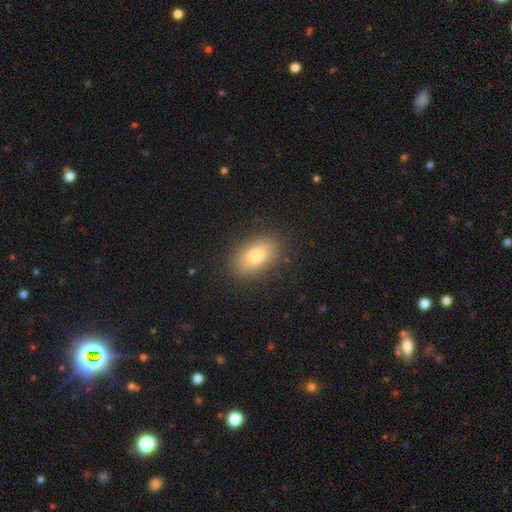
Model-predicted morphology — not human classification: The model was most divided on "smooth or featured": smooth: 81%, featured or disk: 11%, star or artifact: 8%. More confident: how rounded — in between (89%); merging — none (86%).